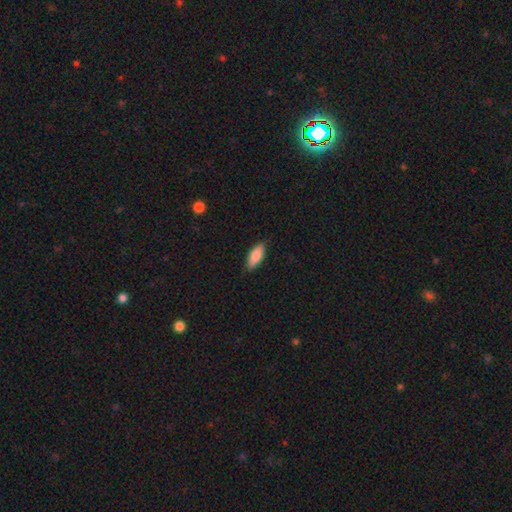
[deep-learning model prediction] The model was most divided on "how rounded": in between: 77%, cigar-shaped: 21%, round: 2%. More confident: merging — none (85%); smooth or featured — smooth (84%).